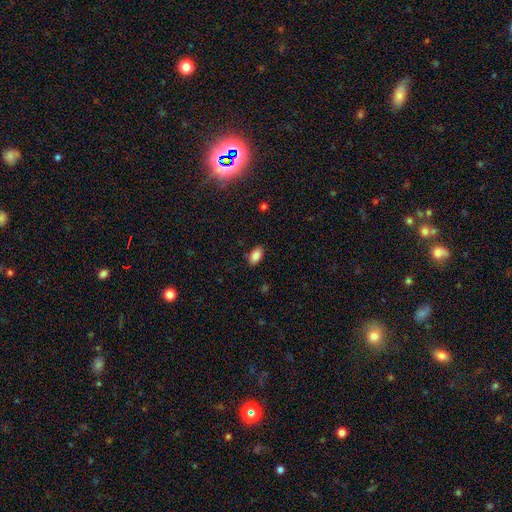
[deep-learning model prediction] A smooth galaxy with no disk features (86%) that is in between round and cigar-shaped (91%).

Vote fractions:
- Smooth or featured? smooth: 86% / star or artifact: 8% / featured or disk: 6%
- How rounded? in between: 91% / round: 7% / cigar-shaped: 2%
- Merging? none: 85% / minor disturbance: 11% / major disturbance: 2% / merger: 1%